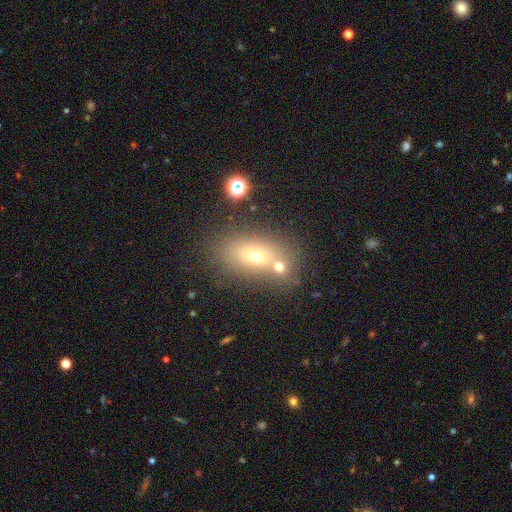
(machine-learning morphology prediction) The model was most divided on "merging": none: 49%, merger: 37%, minor disturbance: 10%, major disturbance: 5%. More confident: how rounded — in between (73%); smooth or featured — smooth (62%).